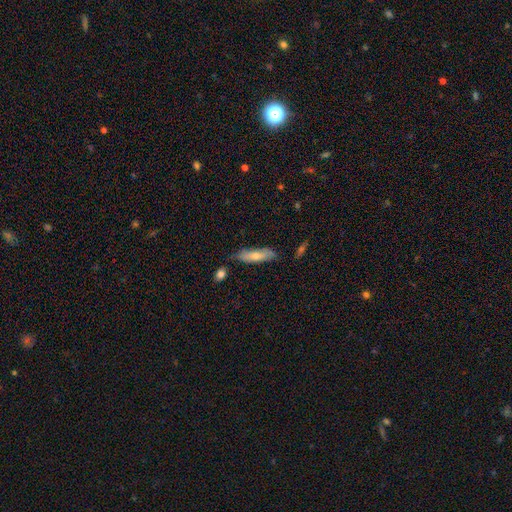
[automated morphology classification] Overall: smooth (70%). How rounded: cigar-shaped (62%; in between 36%). Merging: none (74%).